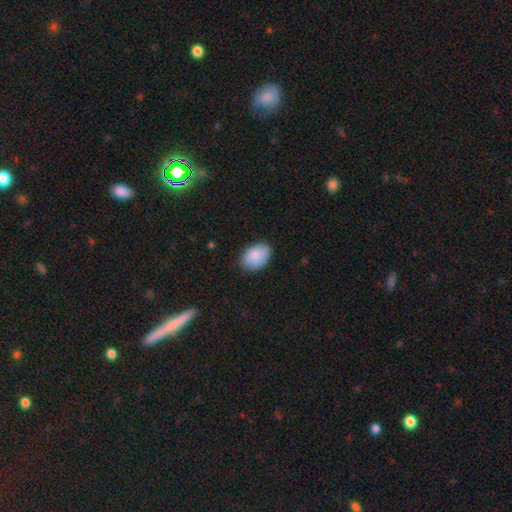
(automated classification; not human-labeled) The model was most divided on "merging": none: 82%, minor disturbance: 14%, major disturbance: 3%, merger: 1%. More confident: smooth or featured — smooth (87%); how rounded — in between (84%).